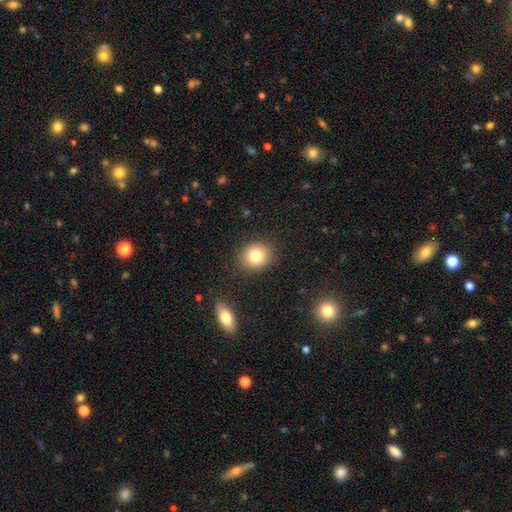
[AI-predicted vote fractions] Smooth or featured? Predicted: smooth (p=0.80). How rounded? Predicted: round (p=0.71). Merging? Predicted: none (p=0.87).